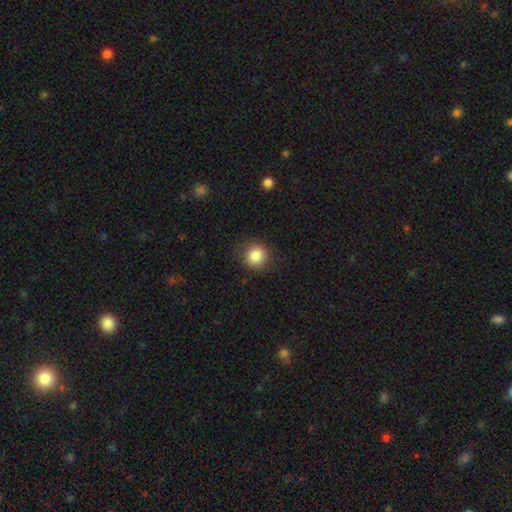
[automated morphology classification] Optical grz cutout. It shows a smooth galaxy with no disk features (85%) that is round (90%). Merging: none (86%).